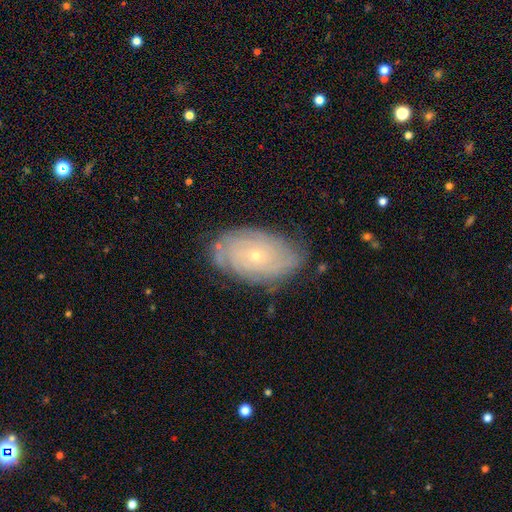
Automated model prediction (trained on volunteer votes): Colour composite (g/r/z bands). It shows a featured or disk galaxy (77%) with no bar (83%), tight (78%) spiral arms (91%) and a small central bulge (80%). Merging: none (76%).